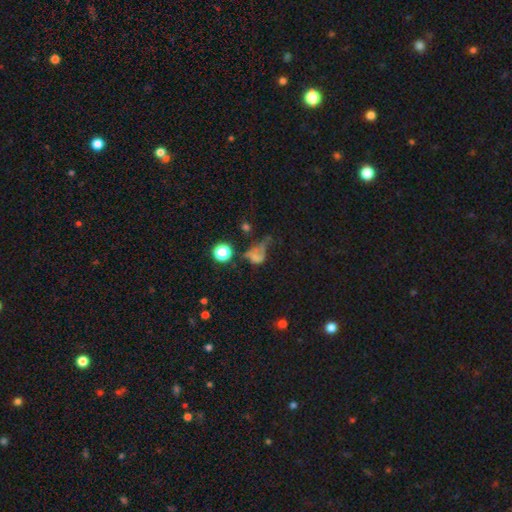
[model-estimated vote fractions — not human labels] smooth_or_featured: smooth (p=0.47) [alt: featured or disk p=0.27]
merging: major disturbance (p=0.43) [alt: none p=0.23]